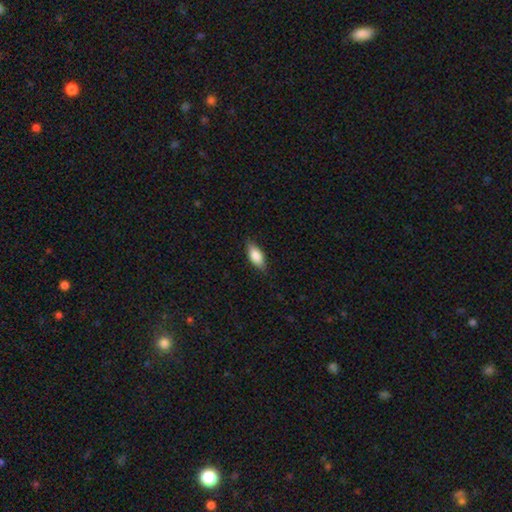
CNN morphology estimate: The model was most divided on "smooth or featured": smooth: 82%, featured or disk: 12%, star or artifact: 7%. More confident: how rounded — in between (84%); merging — none (83%).